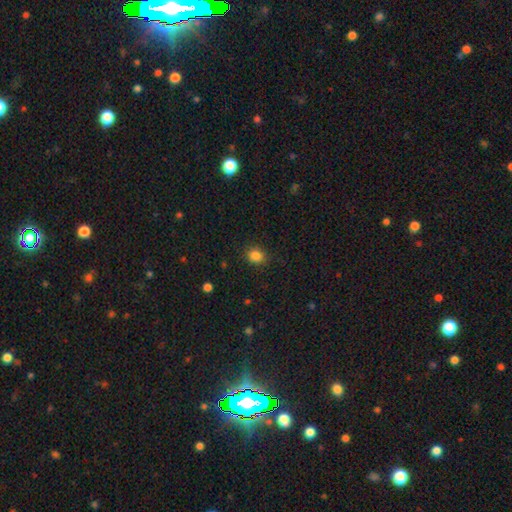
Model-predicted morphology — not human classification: The model was most divided on "how rounded": round: 69%, in between: 30%, cigar-shaped: 1%. More confident: merging — none (88%); smooth or featured — smooth (84%).